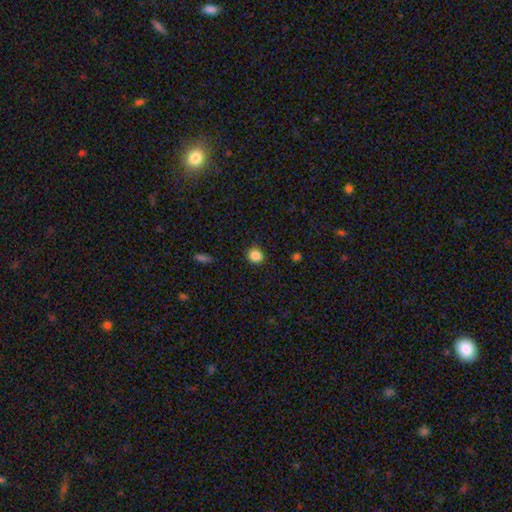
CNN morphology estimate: smooth 86%, star or artifact 10%, featured or disk 3%. Down the decision tree: how rounded — round (80%); merging — none (89%).